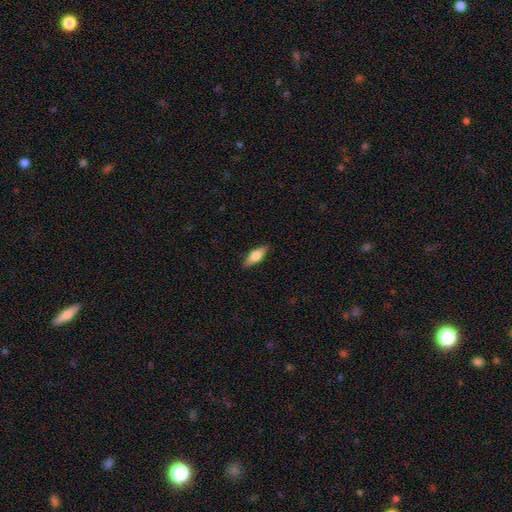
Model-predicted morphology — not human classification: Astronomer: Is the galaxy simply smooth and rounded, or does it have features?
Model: smooth — 65%.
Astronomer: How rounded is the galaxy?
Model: in between — 60% (runner-up: cigar-shaped, 38%).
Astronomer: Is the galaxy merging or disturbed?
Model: none — 87%.